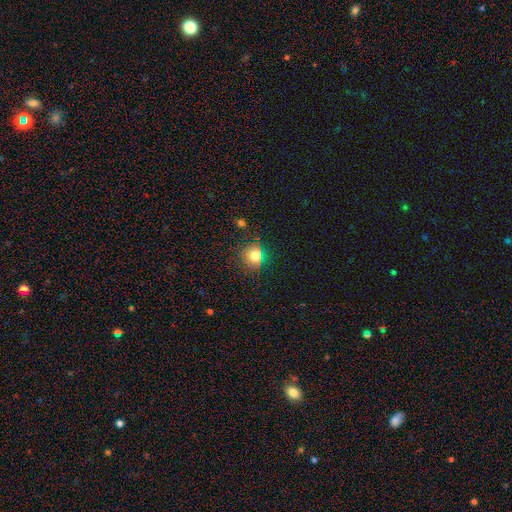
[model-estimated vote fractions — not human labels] smooth-or-featured: smooth: 74% | star or artifact: 18% | featured or disk: 8%
  how-rounded: round: 88% | in between: 11% | cigar-shaped: 1%
  merging: none: 82% | minor disturbance: 11% | major disturbance: 4% | merger: 3%